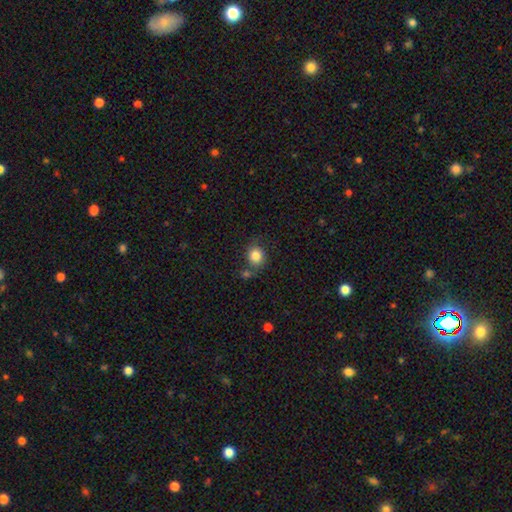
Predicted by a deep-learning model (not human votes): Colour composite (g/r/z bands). It shows a smooth galaxy with no disk features (84%) that is round (77%). Merging: none (67%).